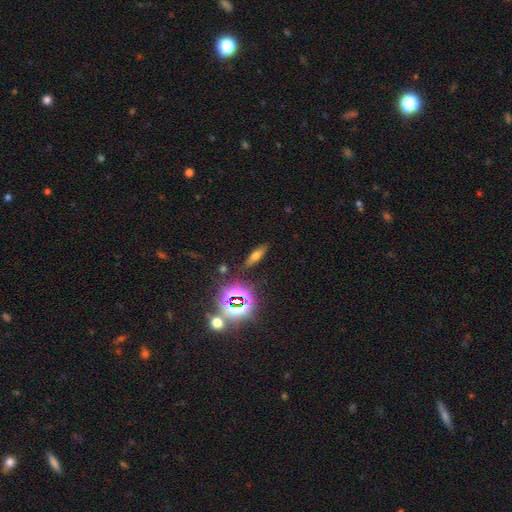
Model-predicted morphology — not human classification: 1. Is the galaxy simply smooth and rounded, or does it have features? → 49% smooth, 26% featured or disk, 25% star or artifact.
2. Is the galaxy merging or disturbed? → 84% none, 10% minor disturbance, 3% major disturbance, 3% merger.